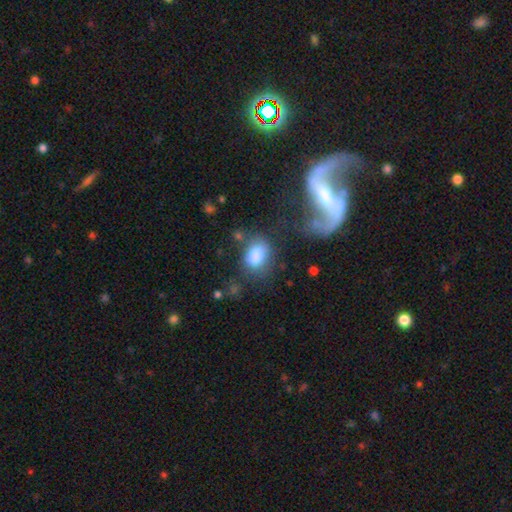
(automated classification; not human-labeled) Smooth or featured?
  - smooth: 82% *
  - featured or disk: 10%
  - star or artifact: 9%
How rounded?
  - in between: 73% *
  - round: 26%
  - cigar-shaped: 1%
Merging?
  - none: 58% *
  - minor disturbance: 23%
  - major disturbance: 12%
  - merger: 8%